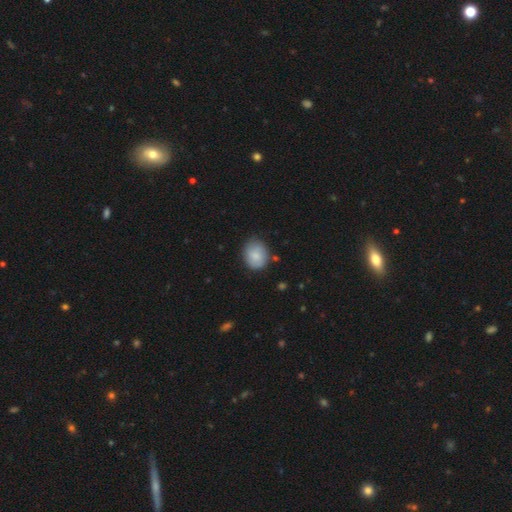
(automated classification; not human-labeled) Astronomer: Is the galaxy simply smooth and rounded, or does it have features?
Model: smooth — 81%.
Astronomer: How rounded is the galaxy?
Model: round — 54% (runner-up: in between, 45%).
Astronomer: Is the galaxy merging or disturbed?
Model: none — 74%.